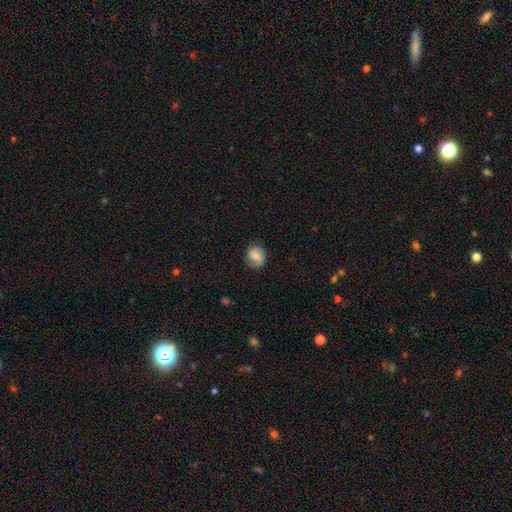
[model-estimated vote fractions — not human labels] This is likely a smooth galaxy (61%). How rounded: likely round (77%). Merging: likely none (77%).